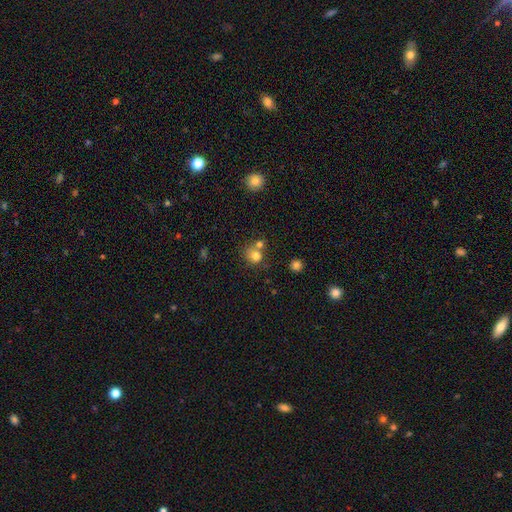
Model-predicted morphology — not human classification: A smooth galaxy with no disk features (77%) that is round (82%).

Vote fractions:
- Smooth or featured? smooth: 77% / star or artifact: 13% / featured or disk: 10%
- How rounded? round: 82% / in between: 17% / cigar-shaped: 1%
- Merging? none: 54% / merger: 31% / minor disturbance: 10% / major disturbance: 4%